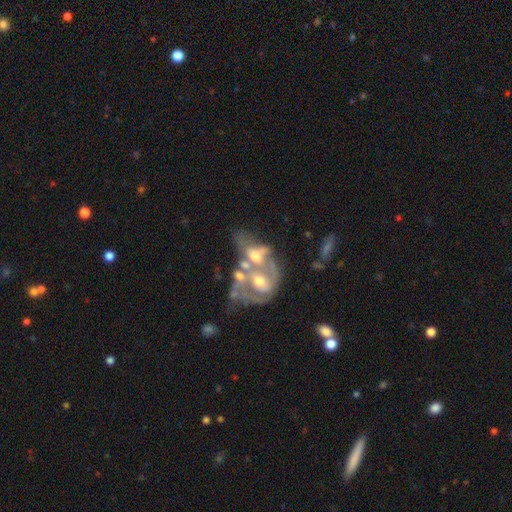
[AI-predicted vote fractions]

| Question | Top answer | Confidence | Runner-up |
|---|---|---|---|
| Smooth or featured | featured or disk | 69% | smooth (20%) |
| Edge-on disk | no | 97% | yes (3%) |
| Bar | no | 78% | weak (17%) |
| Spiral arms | no | 60% | yes (40%) |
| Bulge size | moderate | 59% | small (19%) |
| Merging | merger | 64% | major disturbance (17%) |